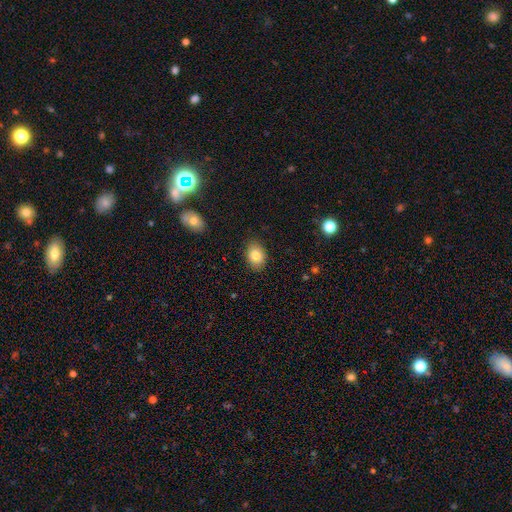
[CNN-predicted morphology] Smooth or featured: smooth — 82% (featured or disk — 9%)
How rounded: in between — 77% (round — 22%)
Merging: none — 86% (minor disturbance — 11%)